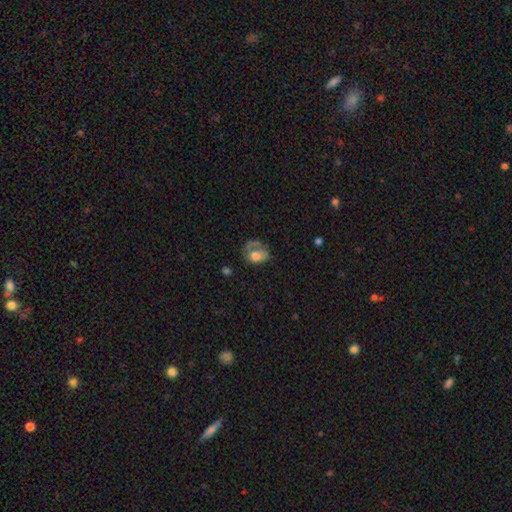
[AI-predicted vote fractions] A smooth galaxy with no disk features (58%) that is in between round and cigar-shaped (57%). Merging: major disturbance (39%).